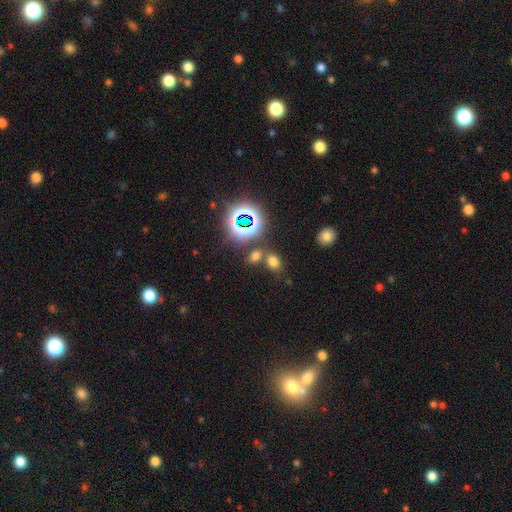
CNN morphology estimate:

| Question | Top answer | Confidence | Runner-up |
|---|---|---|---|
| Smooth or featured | smooth | 61% | star or artifact (31%) |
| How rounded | in between | 76% | round (22%) |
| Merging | none | 63% | merger (22%) |